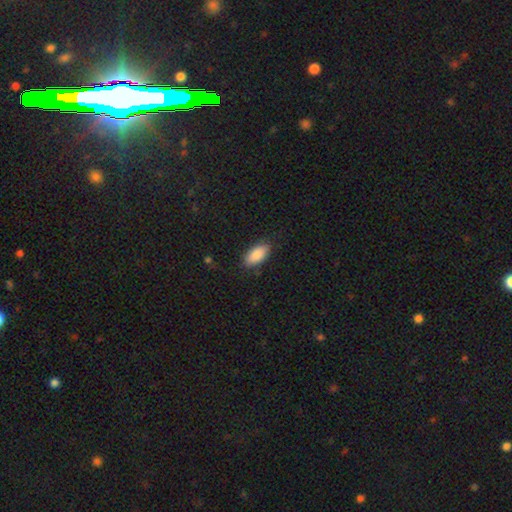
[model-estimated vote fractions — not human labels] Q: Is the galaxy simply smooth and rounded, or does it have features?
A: smooth — 88%.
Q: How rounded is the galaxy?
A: in between — 91%.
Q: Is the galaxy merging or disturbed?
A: none — 83%.